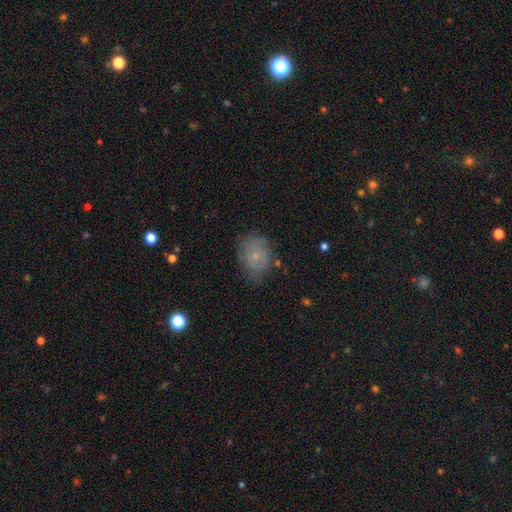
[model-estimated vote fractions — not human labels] The model was most divided on "how rounded": in between: 56%, round: 43%, cigar-shaped: 1%. More confident: merging — none (63%); smooth or featured — smooth (55%).